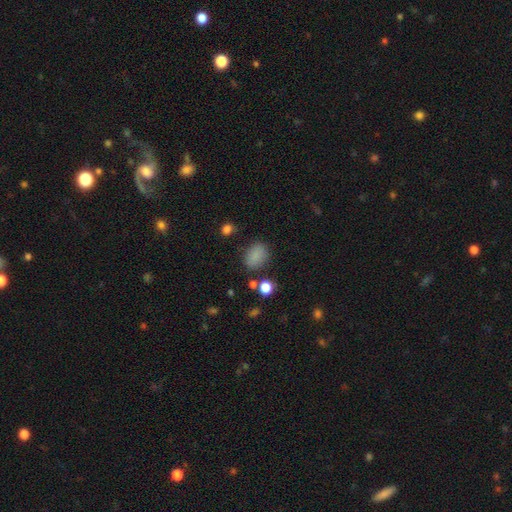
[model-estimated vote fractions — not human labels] This is clearly a smooth galaxy (83%). How rounded: likely in between (62%). Merging: likely none (76%).